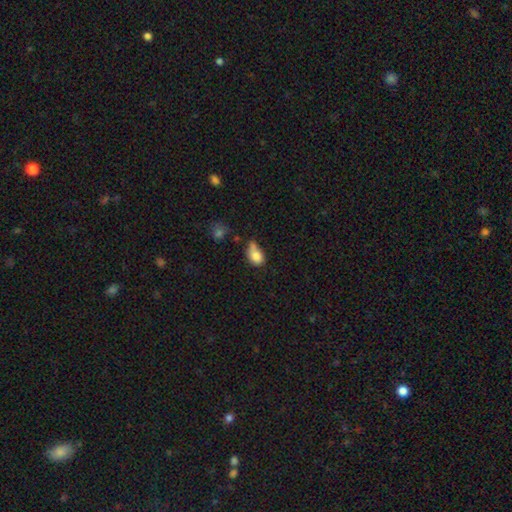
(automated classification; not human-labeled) A smooth galaxy with no disk features (80%) that is in between round and cigar-shaped (73%). Merging: none (30%, tied with minor disturbance).